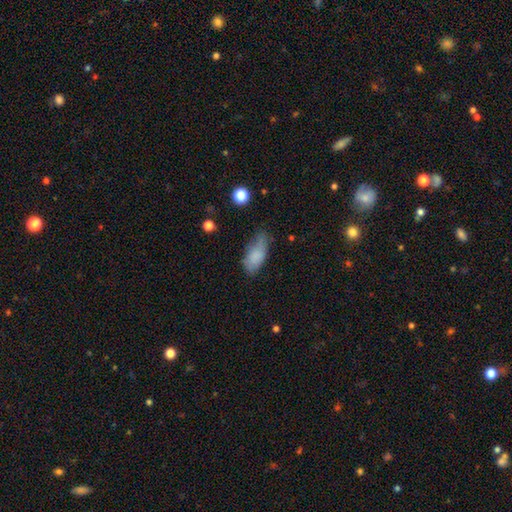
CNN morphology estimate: smooth_or_featured: smooth (p=0.82) [alt: featured or disk p=0.10]
how_rounded: in between (p=0.85) [alt: cigar-shaped p=0.12]
merging: none (p=0.54) [alt: minor disturbance p=0.33]